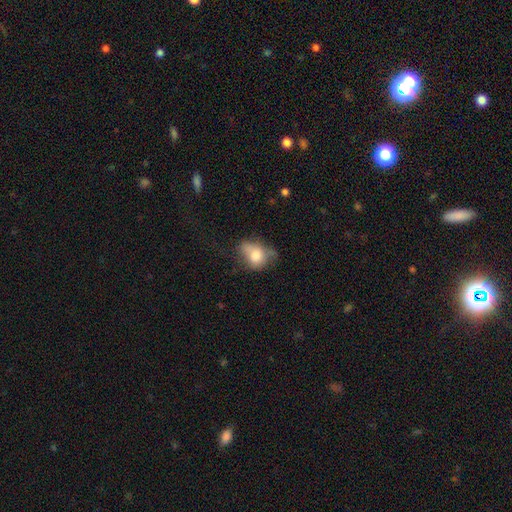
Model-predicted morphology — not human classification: Smooth or featured: smooth — 71% (featured or disk — 20%)
How rounded: in between — 63% (round — 36%)
Merging: minor disturbance — 37% (none — 36%)